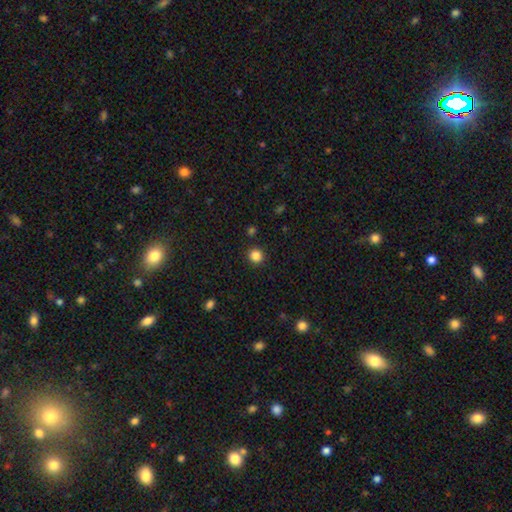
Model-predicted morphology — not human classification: smooth-or-featured: smooth: 85% | star or artifact: 12% | featured or disk: 4%
  how-rounded: round: 93% | in between: 6% | cigar-shaped: 1%
  merging: none: 92% | minor disturbance: 5% | major disturbance: 2% | merger: 2%